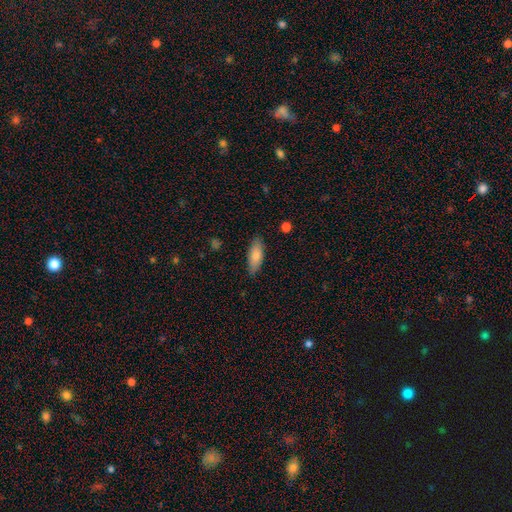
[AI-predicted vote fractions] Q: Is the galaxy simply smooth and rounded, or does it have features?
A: smooth — 80%.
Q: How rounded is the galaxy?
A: in between — 72%.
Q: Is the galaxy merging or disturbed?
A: none — 85%.